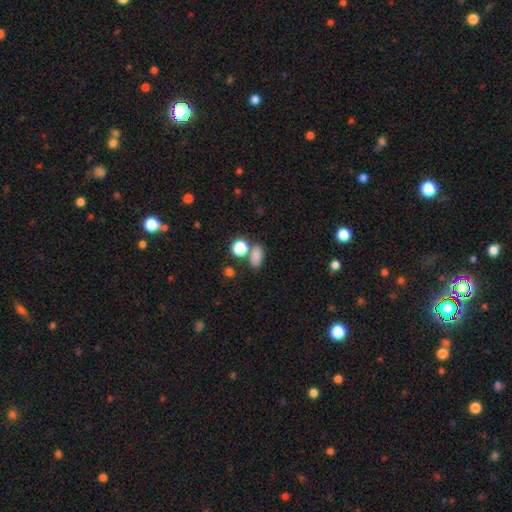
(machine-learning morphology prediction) This appears to be a smooth galaxy with no disk features (82%) that is in between round and cigar-shaped (82%). Merging: none (68%).